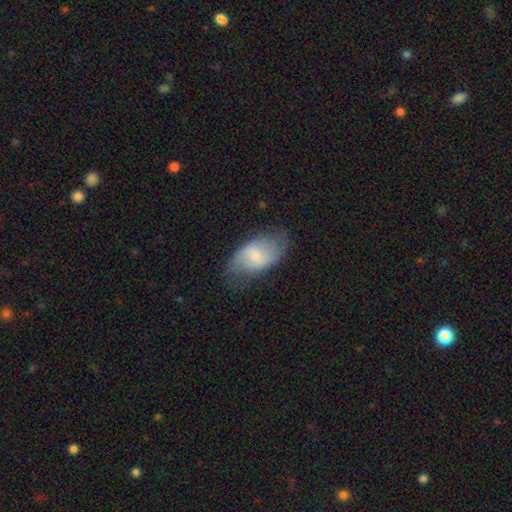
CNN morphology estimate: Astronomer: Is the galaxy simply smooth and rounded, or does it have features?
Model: featured or disk — 48% (runner-up: smooth, 44%).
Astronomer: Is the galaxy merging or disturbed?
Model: none — 66%.